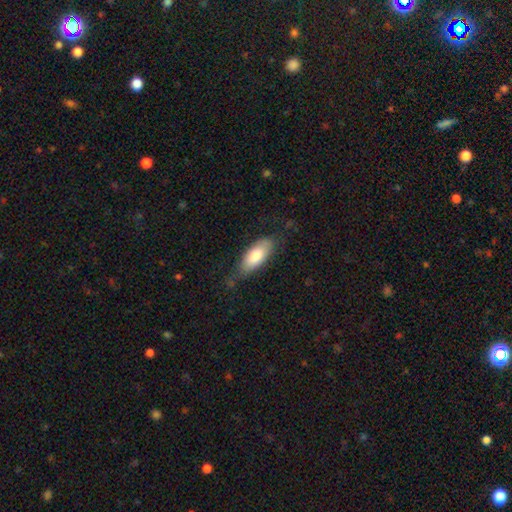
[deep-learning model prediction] A smooth galaxy with no disk features (78%) that is in between round and cigar-shaped (79%).

Vote fractions:
- Smooth or featured? smooth: 78% / featured or disk: 16% / star or artifact: 6%
- How rounded? in between: 79% / cigar-shaped: 19% / round: 2%
- Merging? none: 66% / minor disturbance: 25% / major disturbance: 7% / merger: 2%